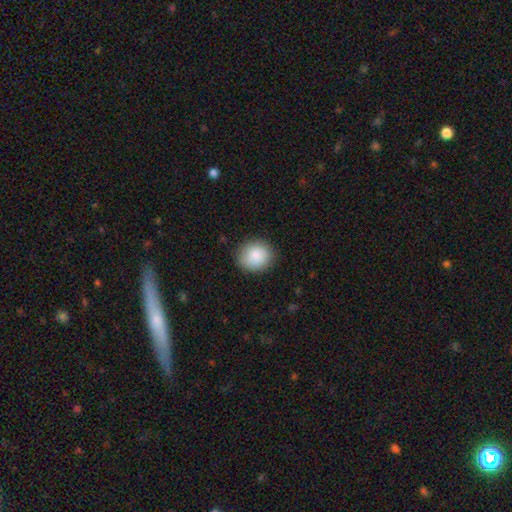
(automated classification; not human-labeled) smooth 87%, star or artifact 7%, featured or disk 6%. Down the decision tree: how rounded — round (77%); merging — none (87%).